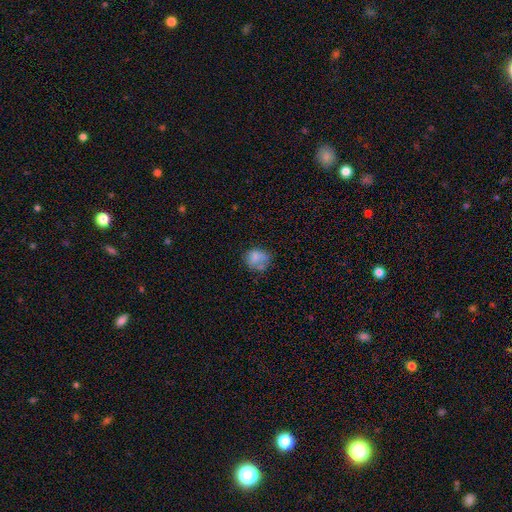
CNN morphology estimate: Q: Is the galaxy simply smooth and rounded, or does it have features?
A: smooth — 69%.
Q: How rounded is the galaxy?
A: round — 56%.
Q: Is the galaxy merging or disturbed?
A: none — 45%.